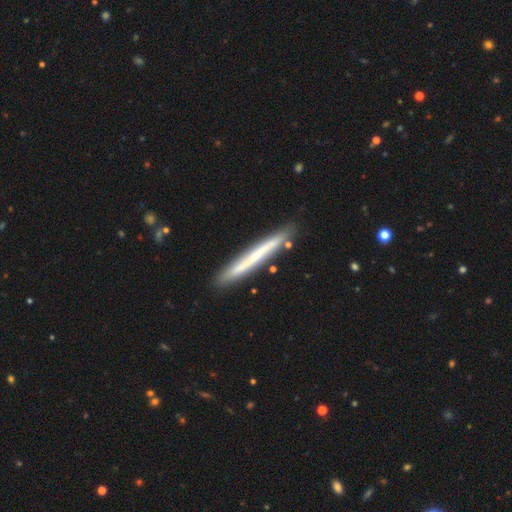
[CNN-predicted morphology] Smooth or featured? Predicted: featured or disk (p=0.51). Edge-on disk? Predicted: yes (p=0.93). Merging? Predicted: none (p=0.87).